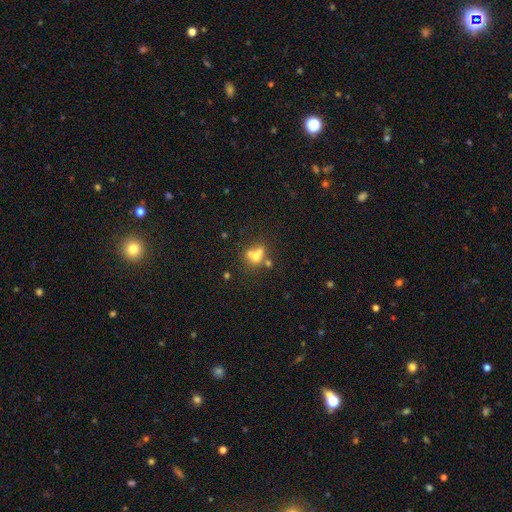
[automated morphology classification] type=smooth (59%); roundness=round (60%); merging=merger (50%).